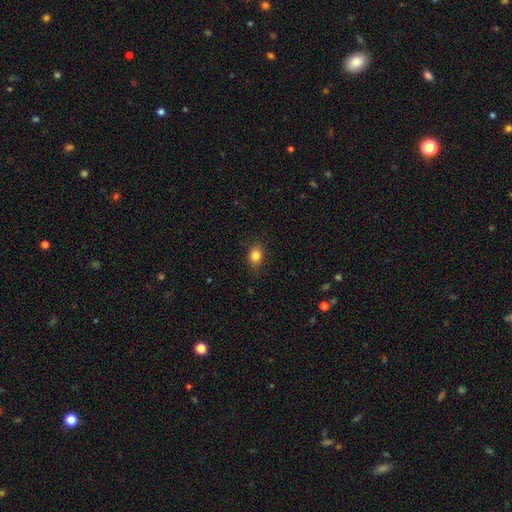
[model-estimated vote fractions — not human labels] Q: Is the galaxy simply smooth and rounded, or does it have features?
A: smooth — 84%.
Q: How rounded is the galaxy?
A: in between — 57%.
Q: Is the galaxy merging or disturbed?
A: none — 84%.